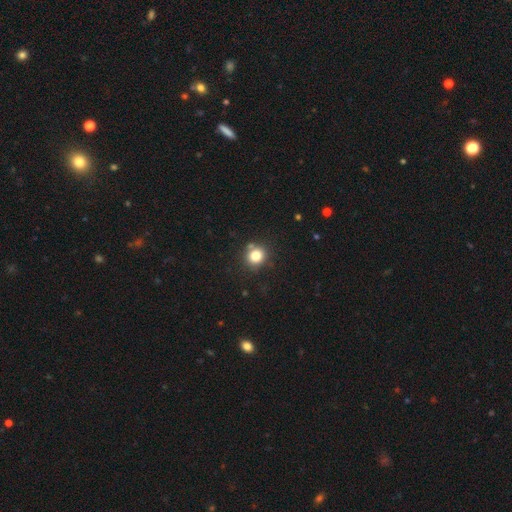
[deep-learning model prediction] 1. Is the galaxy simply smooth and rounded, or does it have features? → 81% smooth, 13% star or artifact, 7% featured or disk.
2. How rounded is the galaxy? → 86% round, 13% in between, 1% cigar-shaped.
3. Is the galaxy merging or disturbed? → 80% none, 11% minor disturbance, 7% merger, 3% major disturbance.